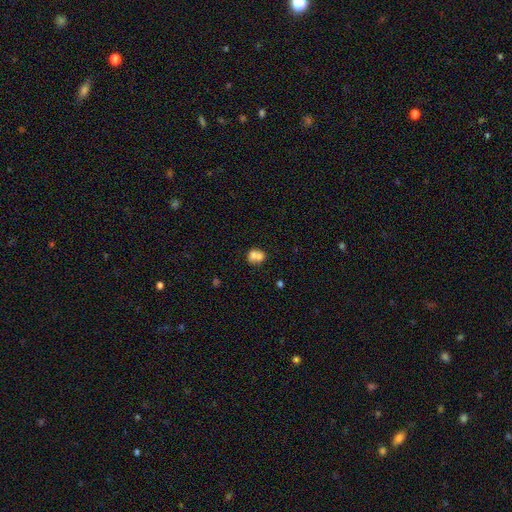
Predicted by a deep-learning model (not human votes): Morphology: type=smooth (69%); roundness=round (58%); merging=merger (59%).